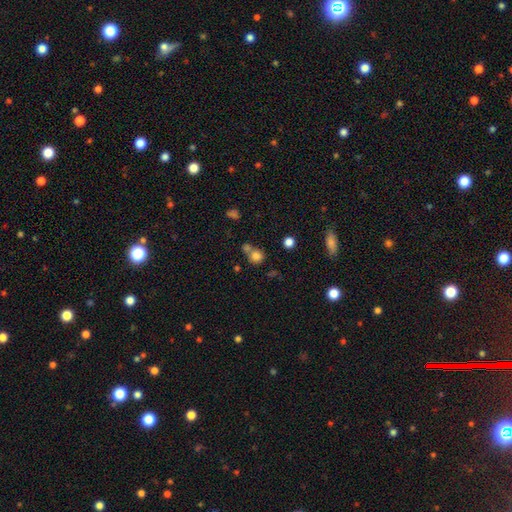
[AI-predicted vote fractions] Morphology: type=smooth (78%); roundness=round (86%); merging=none (51%).